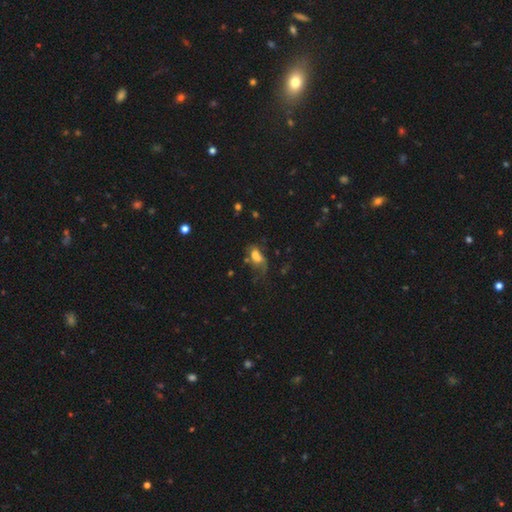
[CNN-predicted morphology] Smooth or featured: smooth — 52% (featured or disk — 32%)
How rounded: in between — 80% (round — 17%)
Merging: major disturbance — 41% (none — 23%)